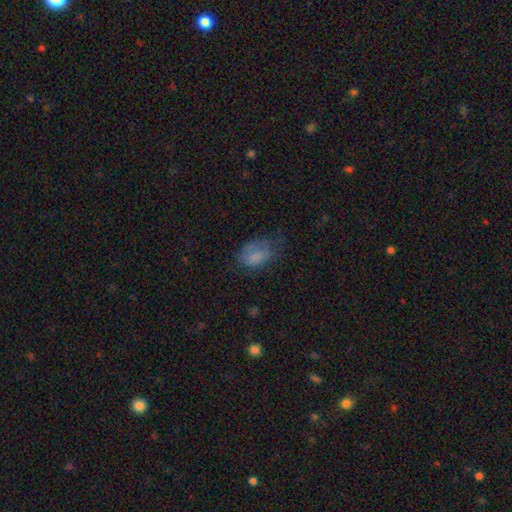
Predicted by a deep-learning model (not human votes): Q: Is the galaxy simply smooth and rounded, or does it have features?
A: smooth — 72%.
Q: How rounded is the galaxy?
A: in between — 88%.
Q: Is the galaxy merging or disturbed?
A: none — 41%.